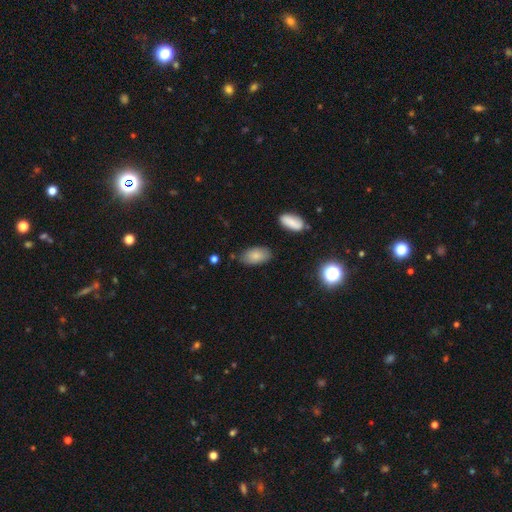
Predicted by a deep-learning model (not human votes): The model was most divided on "merging": none: 77%, minor disturbance: 17%, major disturbance: 3%, merger: 3%. More confident: how rounded — in between (93%); smooth or featured — smooth (81%).